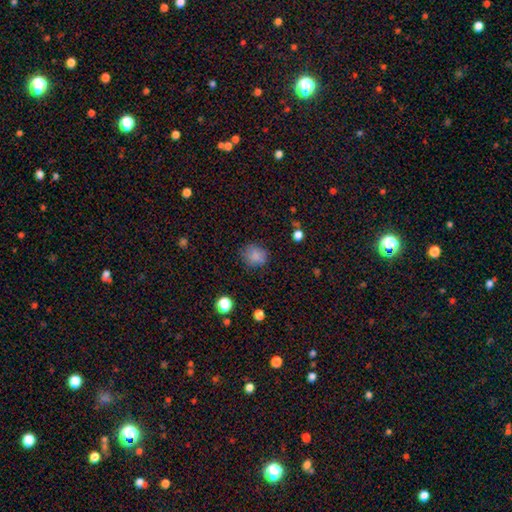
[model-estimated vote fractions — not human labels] smooth-or-featured: smooth: 82% | star or artifact: 11% | featured or disk: 7%
  how-rounded: round: 74% | in between: 25% | cigar-shaped: 1%
  merging: none: 78% | minor disturbance: 16% | major disturbance: 5% | merger: 2%